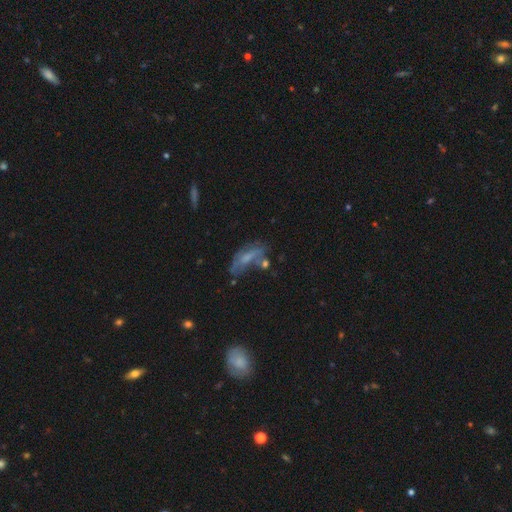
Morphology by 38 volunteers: A featured or disk galaxy (61%) with no bar (42%), no spiral arms (53%) and a moderate central bulge (47%). Merging: none (29%).